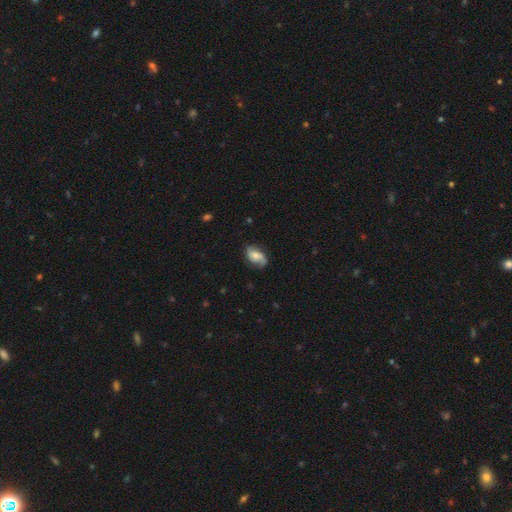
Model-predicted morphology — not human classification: smooth_or_featured: featured or disk (p=0.56) [alt: smooth p=0.37]
disk_edge_on: no (p=0.96) [alt: yes p=0.04]
bar: no (p=0.60) [alt: weak p=0.32]
has_spiral_arms: yes (p=0.89) [alt: no p=0.11]
bulge_size: moderate (p=0.44) [alt: small p=0.38]
merging: none (p=0.67) [alt: minor disturbance p=0.23]